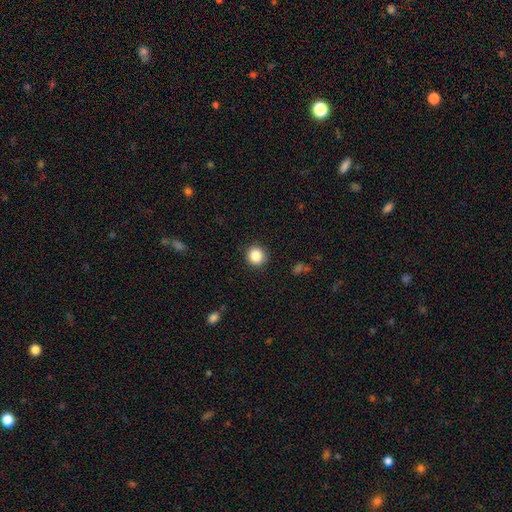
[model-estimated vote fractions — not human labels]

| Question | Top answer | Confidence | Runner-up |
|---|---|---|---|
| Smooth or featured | smooth | 87% | star or artifact (10%) |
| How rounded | round | 90% | in between (9%) |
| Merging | none | 91% | minor disturbance (6%) |